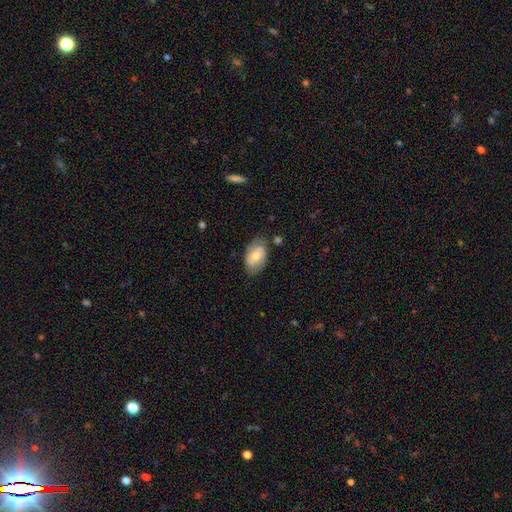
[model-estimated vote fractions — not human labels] A smooth galaxy with no disk features (55%) that is in between round and cigar-shaped (91%).

Vote fractions:
- Smooth or featured? smooth: 55% / featured or disk: 39% / star or artifact: 7%
- How rounded? in between: 91% / round: 8% / cigar-shaped: 2%
- Merging? none: 69% / minor disturbance: 22% / major disturbance: 5% / merger: 4%